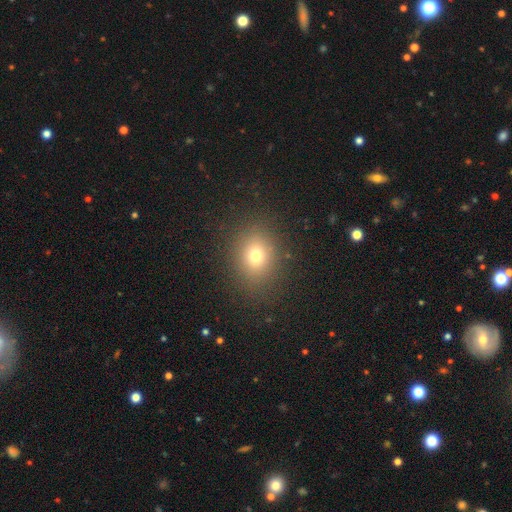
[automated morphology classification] Overall: smooth (73%). How rounded: round (61%; in between 38%). Merging: none (86%).